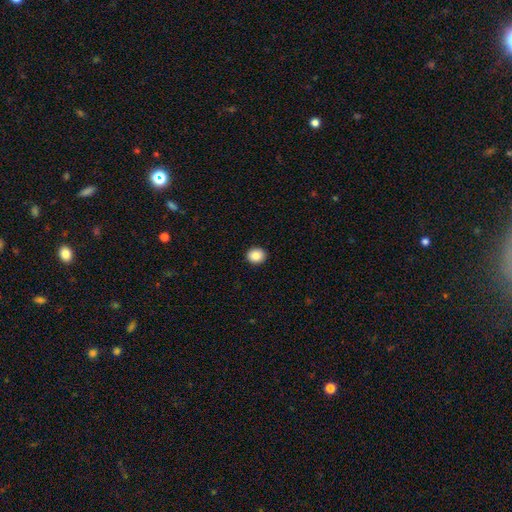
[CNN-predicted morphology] Smooth or featured: smooth — 87% (star or artifact — 9%)
How rounded: round — 73% (in between — 26%)
Merging: none — 92% (minor disturbance — 5%)